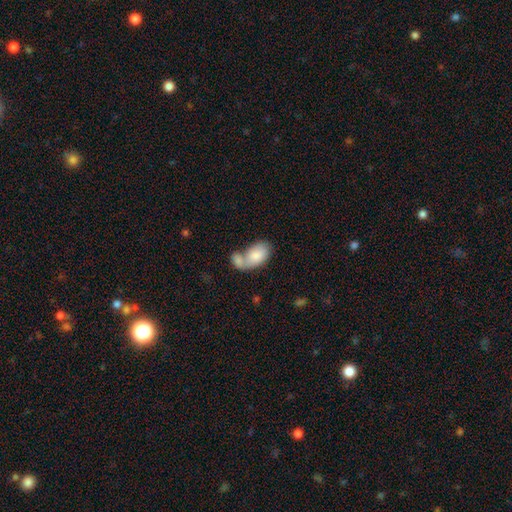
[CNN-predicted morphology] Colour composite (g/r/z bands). It shows a smooth galaxy with no disk features (79%) that is in between round and cigar-shaped (92%). Merging: merger (62%).